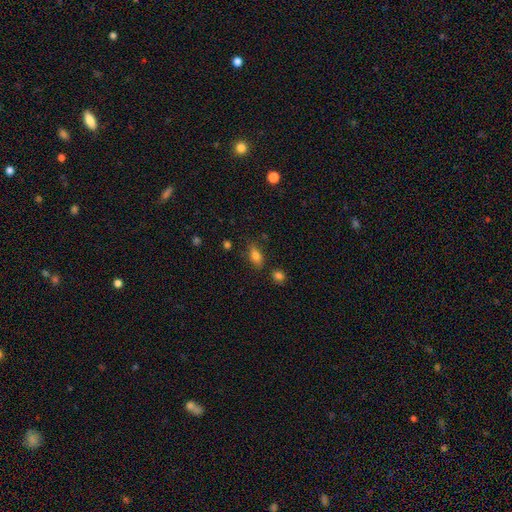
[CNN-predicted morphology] Smooth or featured? smooth (79%)
How rounded? in between (82%)
Merging? none (77%)